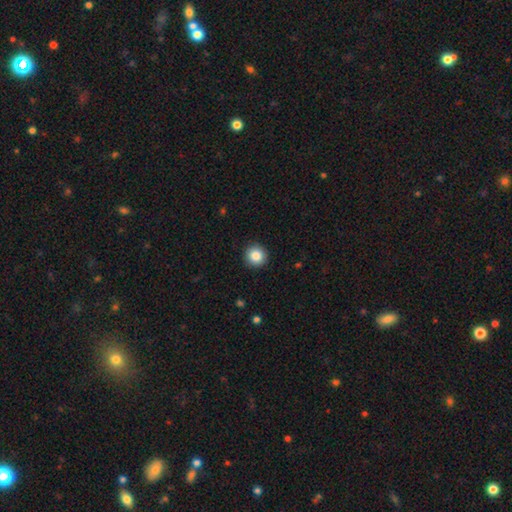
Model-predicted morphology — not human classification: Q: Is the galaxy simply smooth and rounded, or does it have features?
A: smooth — 86%.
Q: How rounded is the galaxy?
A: round — 95%.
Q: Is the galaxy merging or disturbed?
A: none — 92%.